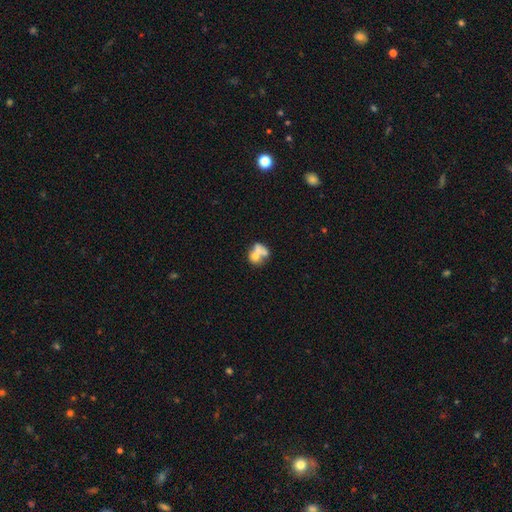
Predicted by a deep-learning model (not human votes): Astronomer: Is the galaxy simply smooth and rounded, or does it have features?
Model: smooth — 55% (runner-up: featured or disk, 35%).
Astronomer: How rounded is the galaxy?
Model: round — 57% (runner-up: in between, 41%).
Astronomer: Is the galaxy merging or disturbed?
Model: merger — 61%.